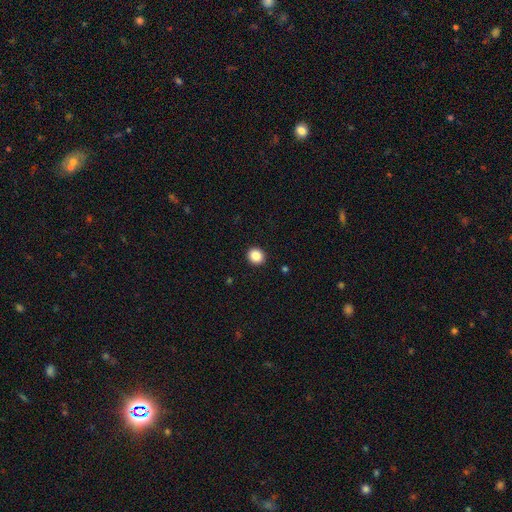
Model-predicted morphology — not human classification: smooth_or_featured: smooth (p=0.87) [alt: star or artifact p=0.09]
how_rounded: round (p=0.79) [alt: in between p=0.20]
merging: none (p=0.92) [alt: minor disturbance p=0.05]